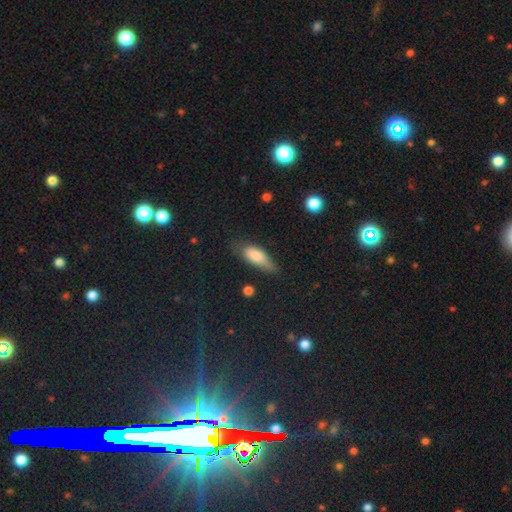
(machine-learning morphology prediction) smooth 76%, featured or disk 15%, star or artifact 9%. Down the decision tree: how rounded — in between (69%); merging — none (54%).